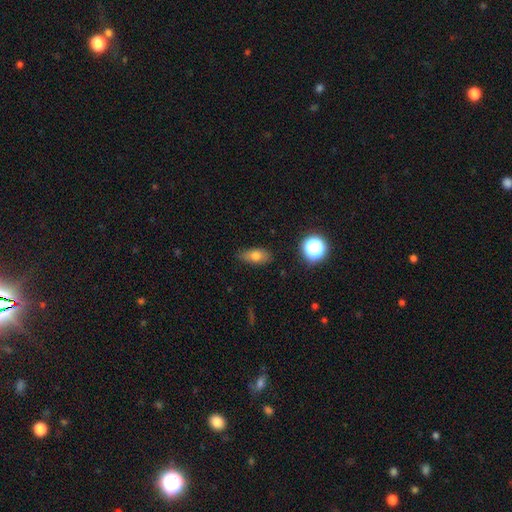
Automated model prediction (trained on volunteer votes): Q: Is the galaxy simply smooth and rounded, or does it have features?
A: smooth — 73%.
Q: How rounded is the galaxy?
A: in between — 81%.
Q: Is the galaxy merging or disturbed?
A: none — 76%.